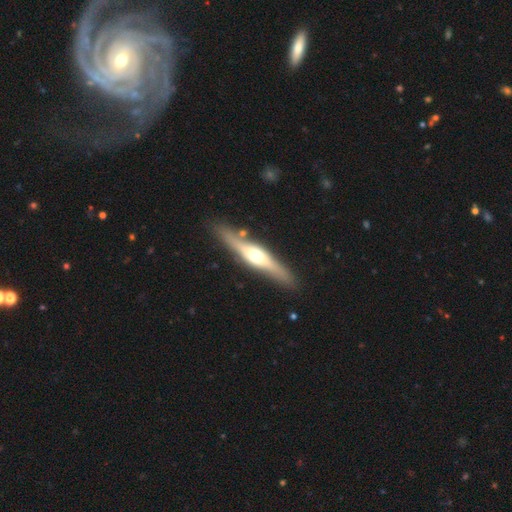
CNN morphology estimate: Smooth or featured?
  - featured or disk: 67% *
  - smooth: 28%
  - star or artifact: 5%
Edge-on disk?
  - yes: 93% *
  - no: 7%
Edge-on bulge?
  - rounded: 92% *
  - boxy: 5%
  - none: 3%
Merging?
  - none: 84% *
  - minor disturbance: 10%
  - merger: 3%
  - major disturbance: 3%